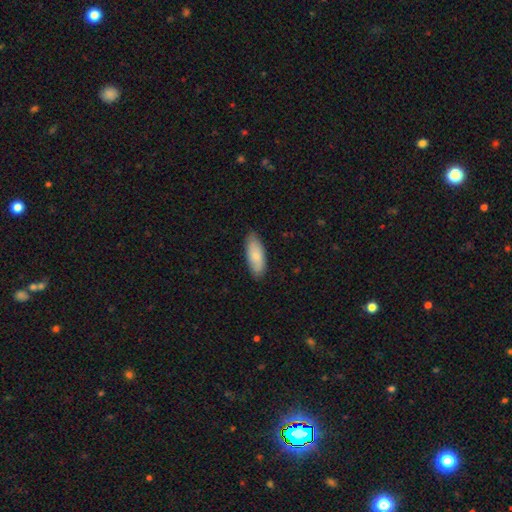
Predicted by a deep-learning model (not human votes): Q: Smooth or featured?
A: smooth (81%); runner-up: featured or disk (13%)
Q: How rounded?
A: in between (77%); runner-up: cigar-shaped (22%)
Q: Merging?
A: none (84%); runner-up: minor disturbance (13%)